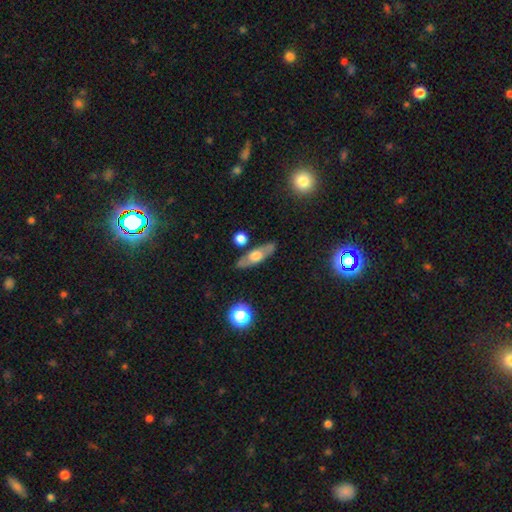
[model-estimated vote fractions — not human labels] Smooth or featured? Predicted: featured or disk (p=0.50). Edge-on disk? Predicted: yes (p=0.72). Merging? Predicted: none (p=0.80).